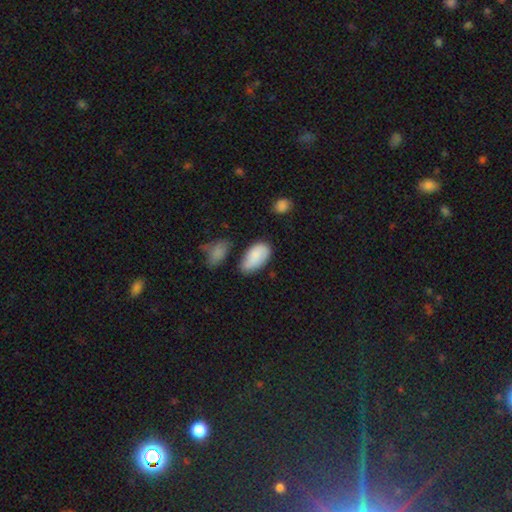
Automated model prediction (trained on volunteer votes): This is clearly a smooth galaxy (81%). How rounded: clearly in between (94%). Merging: possibly none (56%).